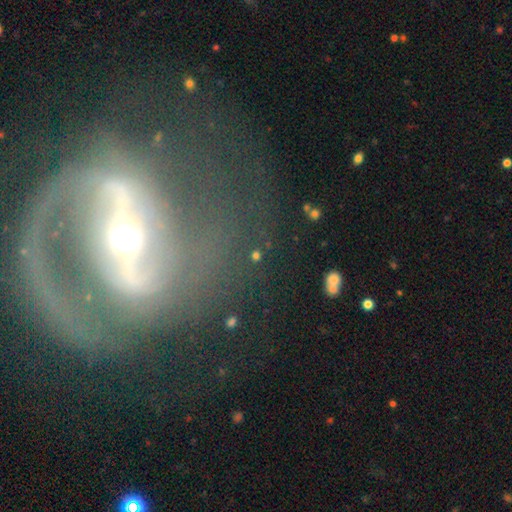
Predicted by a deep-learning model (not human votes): Smooth or featured?
  - star or artifact: 48% *
  - smooth: 34%
  - featured or disk: 18%